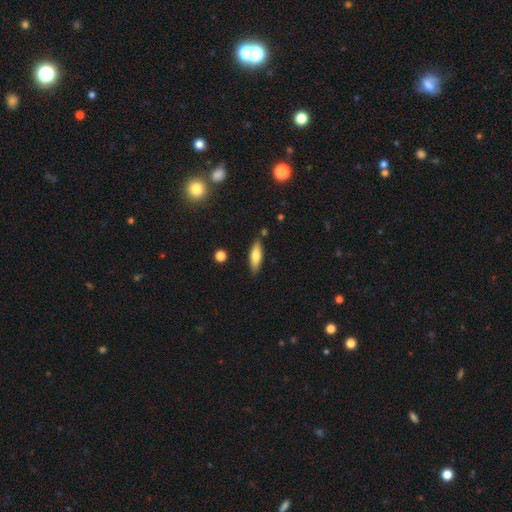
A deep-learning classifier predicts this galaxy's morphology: smooth_or_featured: smooth (p=0.75) [alt: featured or disk p=0.18]
how_rounded: in between (p=0.51) [alt: cigar-shaped p=0.47]
merging: none (p=0.83) [alt: minor disturbance p=0.12]